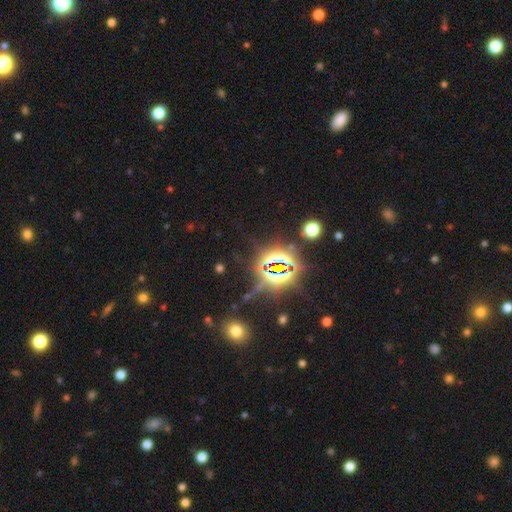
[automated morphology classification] smooth_or_featured: star or artifact (p=0.81) [alt: smooth p=0.12]